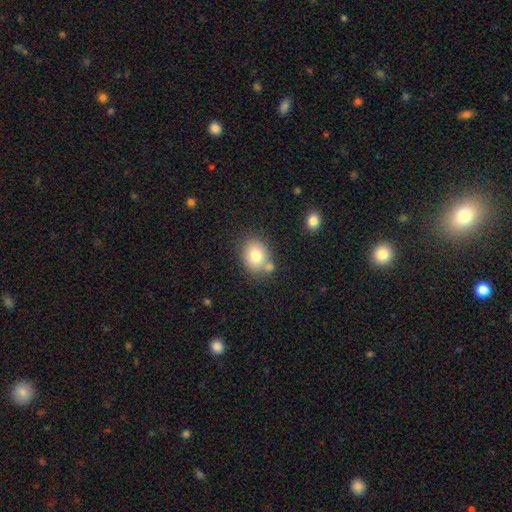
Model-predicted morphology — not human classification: smooth-or-featured: smooth: 77% | featured or disk: 13% | star or artifact: 10%
  how-rounded: in between: 50% | round: 49% | cigar-shaped: 1%
  merging: none: 65% | merger: 18% | minor disturbance: 13% | major disturbance: 4%